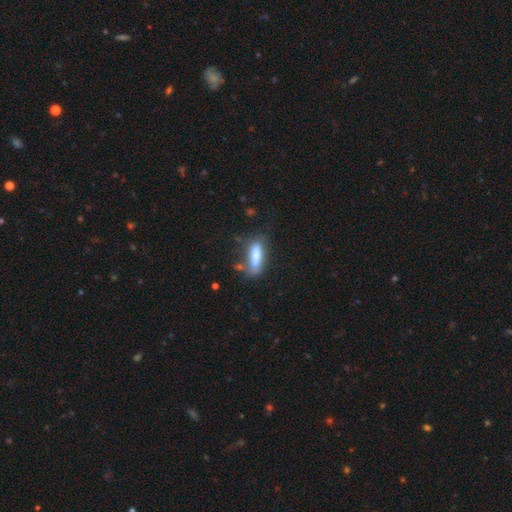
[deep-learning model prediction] Q: Smooth or featured?
A: smooth (74%); runner-up: featured or disk (18%)
Q: How rounded?
A: cigar-shaped (53%); runner-up: in between (45%)
Q: Merging?
A: none (48%); runner-up: minor disturbance (25%)